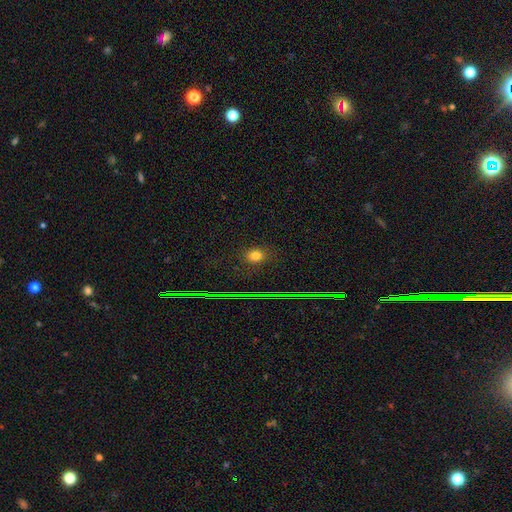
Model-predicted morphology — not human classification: This is likely a smooth galaxy (73%). How rounded: possibly in between (50%). Merging: clearly none (84%).